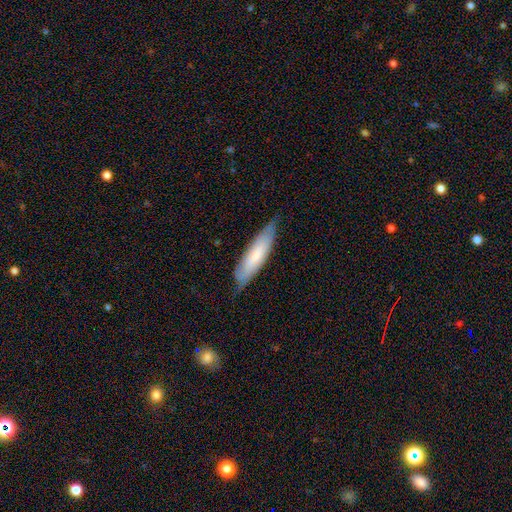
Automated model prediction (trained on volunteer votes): smooth 68%, featured or disk 27%, star or artifact 5%. Down the decision tree: how rounded — cigar-shaped (67%); merging — none (73%).